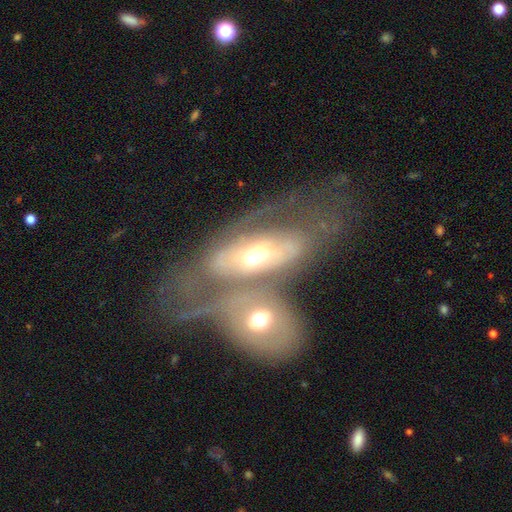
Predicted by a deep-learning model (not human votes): Smooth or featured: featured or disk — 64% (smooth — 29%)
Edge-on disk: no — 82% (yes — 18%)
Bar: no — 69% (weak — 21%)
Spiral arms: no — 56% (yes — 44%)
Bulge size: moderate — 68% (large — 16%)
Merging: merger — 62% (none — 16%)